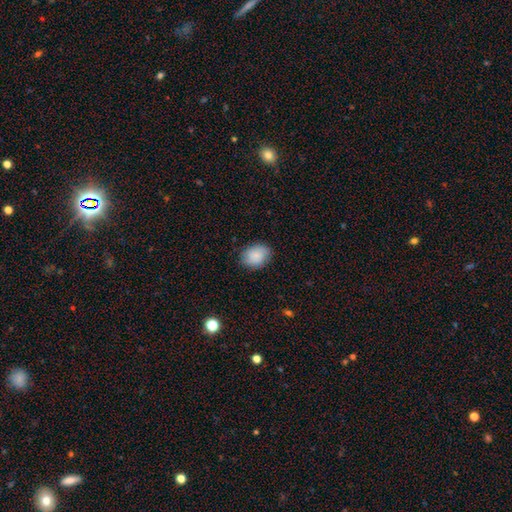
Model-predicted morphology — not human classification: The model was most divided on "how rounded": in between: 59%, round: 40%, cigar-shaped: 1%. More confident: smooth or featured — smooth (85%); merging — none (81%).